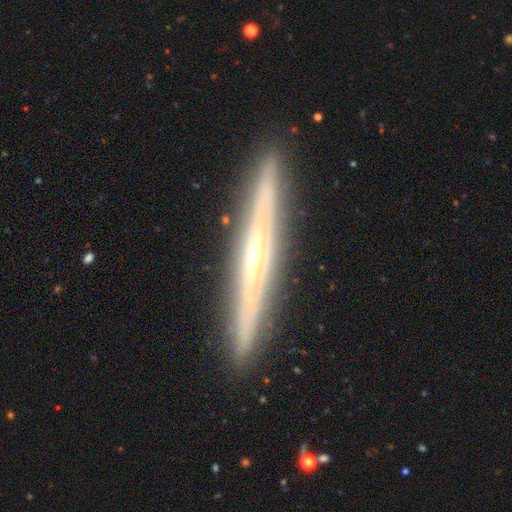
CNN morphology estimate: Smooth or featured? featured or disk (74%)
Edge-on disk? yes (94%)
Edge-on bulge? none (58%)
Merging? none (90%)